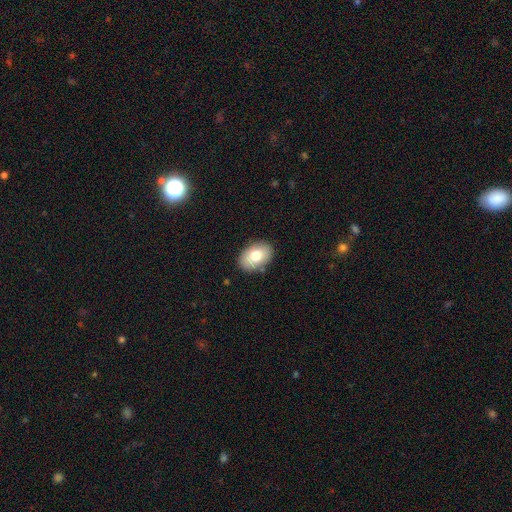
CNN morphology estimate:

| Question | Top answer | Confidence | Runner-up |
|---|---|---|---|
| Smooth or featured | smooth | 76% | featured or disk (17%) |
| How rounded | in between | 83% | round (16%) |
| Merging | none | 85% | minor disturbance (11%) |